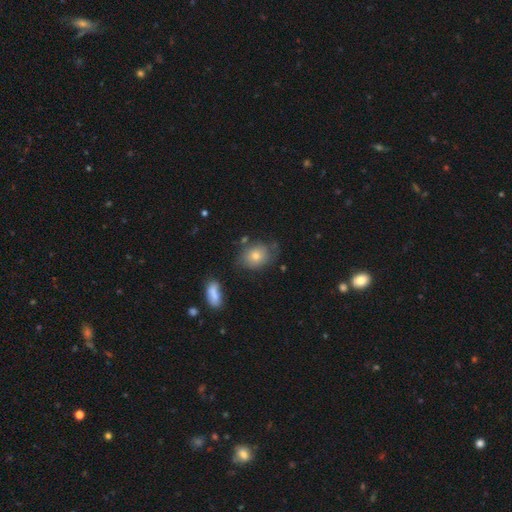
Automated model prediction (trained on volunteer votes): Q: Smooth or featured?
A: smooth (65%); runner-up: featured or disk (24%)
Q: How rounded?
A: in between (56%); runner-up: round (43%)
Q: Merging?
A: none (63%); runner-up: minor disturbance (24%)